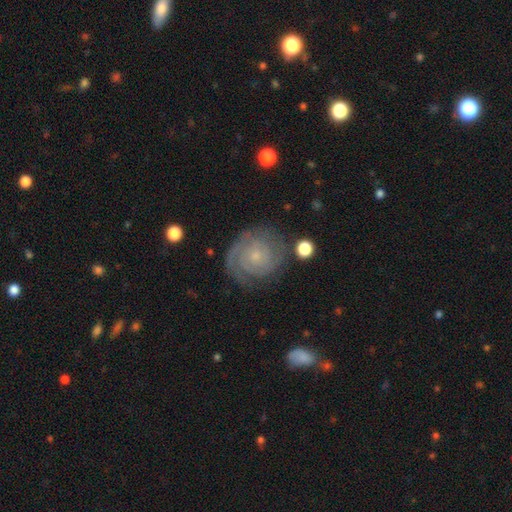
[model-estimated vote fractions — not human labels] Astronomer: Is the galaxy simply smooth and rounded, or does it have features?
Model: featured or disk — 80%.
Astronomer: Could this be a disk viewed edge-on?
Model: no — 98%.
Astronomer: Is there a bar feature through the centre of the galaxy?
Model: no — 78%.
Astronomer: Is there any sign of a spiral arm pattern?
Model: yes — 95%.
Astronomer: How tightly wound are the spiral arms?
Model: tight — 75%.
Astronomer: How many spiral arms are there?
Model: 2 — 43% (runner-up: can't tell, 27%).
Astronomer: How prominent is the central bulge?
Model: small — 77%.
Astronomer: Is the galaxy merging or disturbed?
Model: none — 76%.